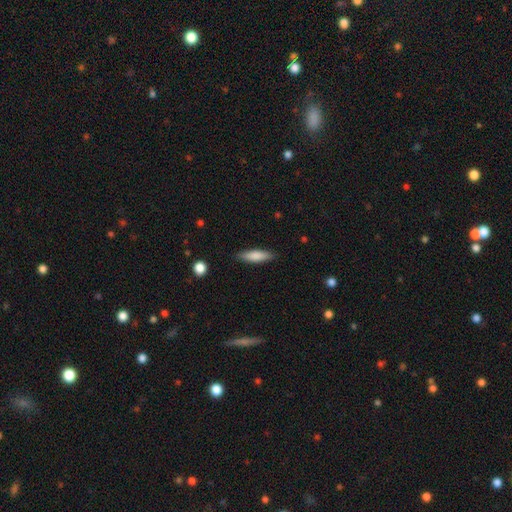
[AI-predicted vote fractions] Morphology: type=smooth (79%); roundness=cigar-shaped (66%); merging=none (86%).